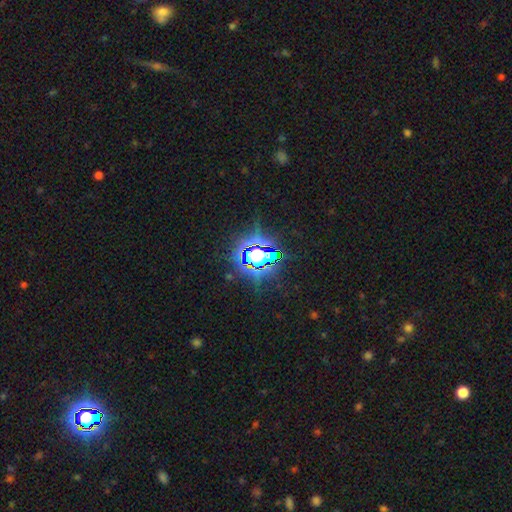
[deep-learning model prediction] smooth_or_featured: star or artifact (p=0.81) [alt: smooth p=0.12]